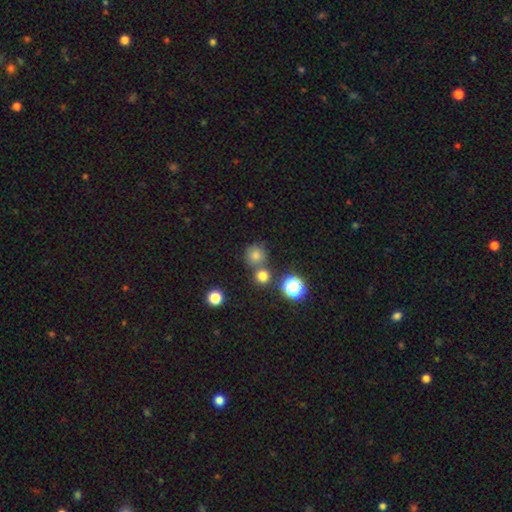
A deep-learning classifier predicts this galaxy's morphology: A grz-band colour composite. It shows a smooth galaxy with no disk features (73%) that is round (92%). Merging: none (65%).